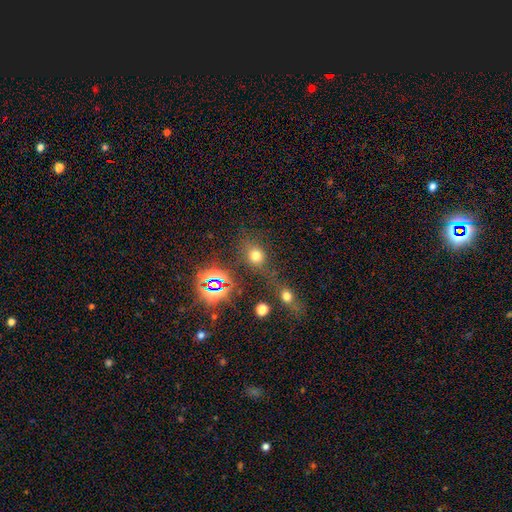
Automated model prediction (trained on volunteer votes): A smooth galaxy with no disk features (63%) that is round (62%). Merging: none (64%).